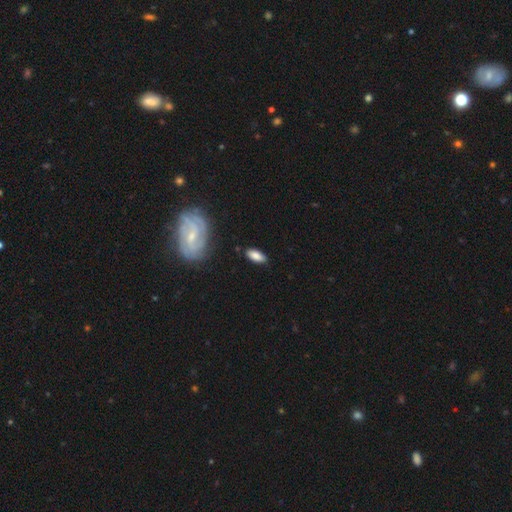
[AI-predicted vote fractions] Smooth or featured? Predicted: smooth (p=0.78). How rounded? Predicted: in between (p=0.84). Merging? Predicted: none (p=0.82).